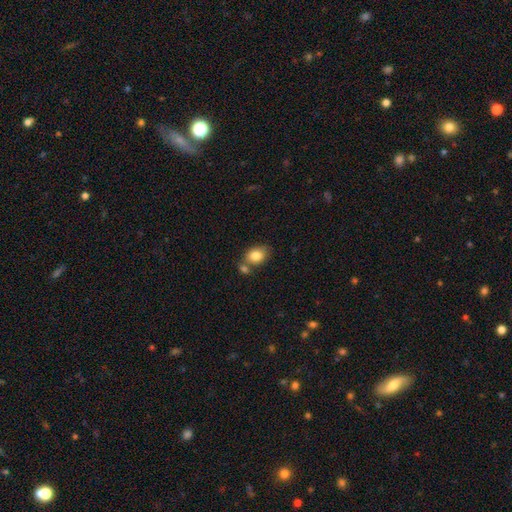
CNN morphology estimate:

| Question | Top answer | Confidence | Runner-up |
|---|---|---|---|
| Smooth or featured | smooth | 83% | featured or disk (9%) |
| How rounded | in between | 67% | round (32%) |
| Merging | none | 54% | merger (26%) |